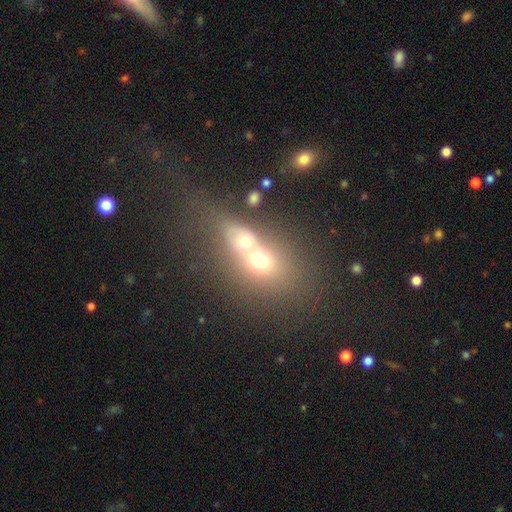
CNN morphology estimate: smooth_or_featured: smooth (p=0.55) [alt: featured or disk p=0.29]
how_rounded: in between (p=0.49) [alt: round p=0.46]
merging: merger (p=0.72) [alt: none p=0.16]